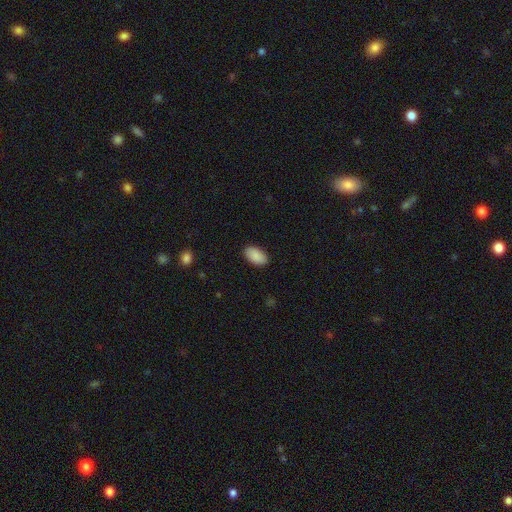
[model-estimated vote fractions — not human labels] A smooth galaxy with no disk features (90%) that is in between round and cigar-shaped (94%). Merging: none (88%).